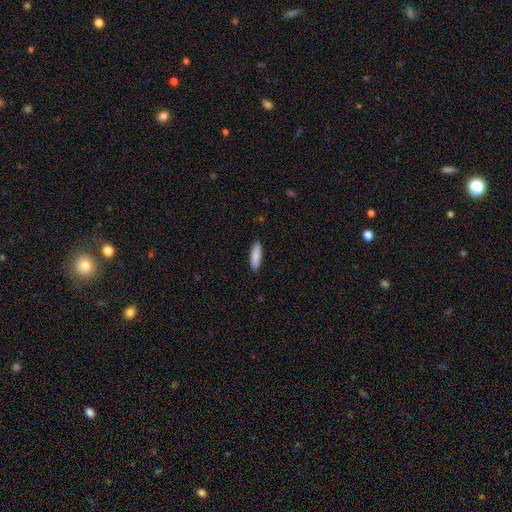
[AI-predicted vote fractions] A smooth galaxy with no disk features (88%) that is cigar-shaped (62%). Merging: none (90%).